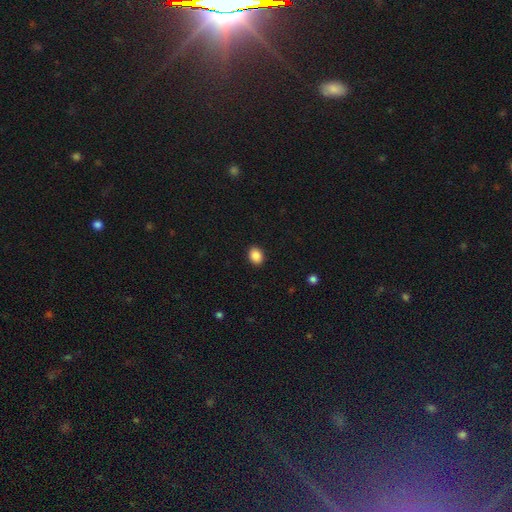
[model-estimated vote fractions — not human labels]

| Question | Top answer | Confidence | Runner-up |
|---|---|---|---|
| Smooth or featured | smooth | 88% | star or artifact (9%) |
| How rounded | in between | 59% | round (40%) |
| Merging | none | 91% | minor disturbance (6%) |